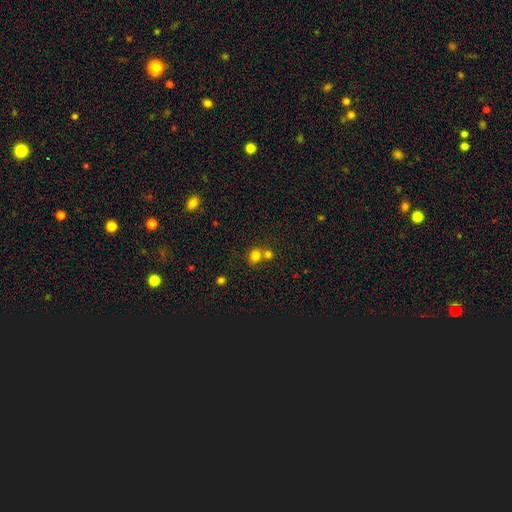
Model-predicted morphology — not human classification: type=smooth (78%); roundness=round (71%); merging=none (47%).